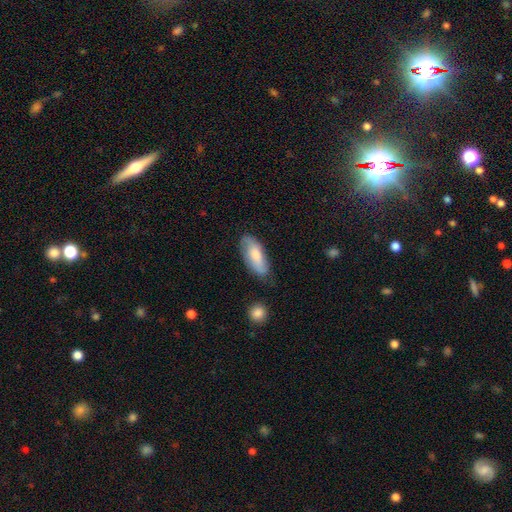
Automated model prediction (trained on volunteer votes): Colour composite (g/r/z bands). It shows a smooth galaxy with no disk features (67%) that is in between round and cigar-shaped (80%). Merging: none (69%).